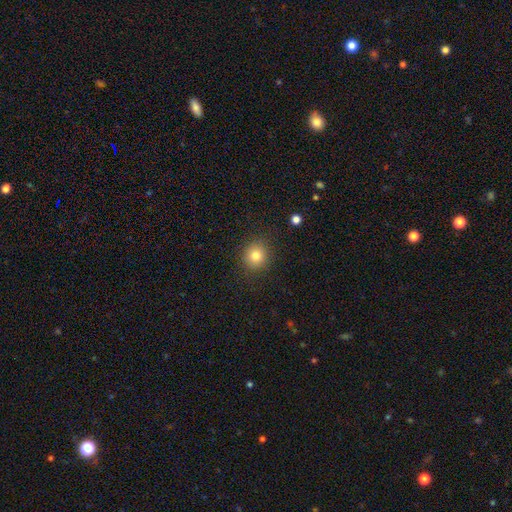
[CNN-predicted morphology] Smooth or featured: smooth — 82% (star or artifact — 12%)
How rounded: round — 89% (in between — 10%)
Merging: none — 88% (minor disturbance — 7%)